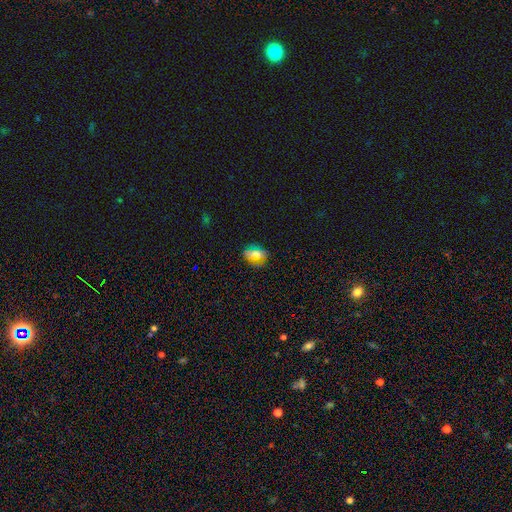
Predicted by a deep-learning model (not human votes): Morphology: type=smooth (61%); roundness=in between (63%); merging=none (80%).